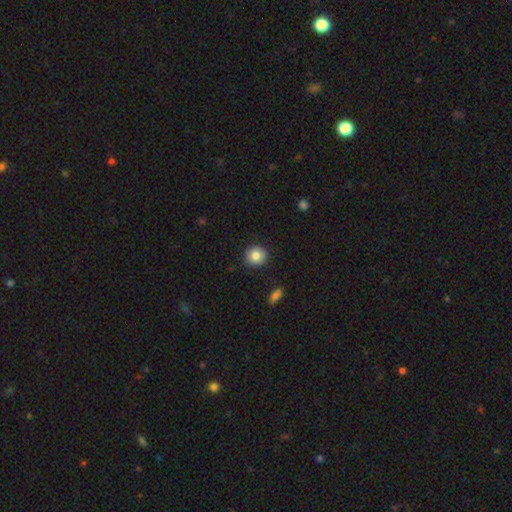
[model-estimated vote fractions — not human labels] smooth_or_featured: smooth (p=0.84) [alt: star or artifact p=0.09]
how_rounded: round (p=0.88) [alt: in between p=0.11]
merging: none (p=0.91) [alt: minor disturbance p=0.06]